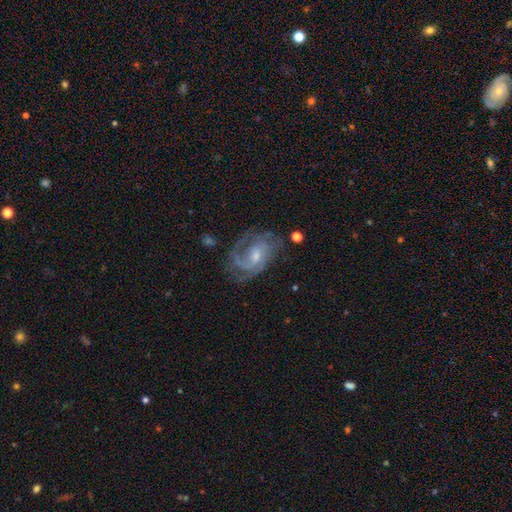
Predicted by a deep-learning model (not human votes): smooth-or-featured: featured or disk: 82% | smooth: 11% | star or artifact: 7%
  disk-edge-on: no: 97% | yes: 3%
    bar: no: 54% | weak: 39% | strong: 7%
    has-spiral-arms: yes: 92% | no: 8%
      spiral-winding: medium: 43% | tight: 42% | loose: 15%
      spiral-arm-count: 2: 35% | can't tell: 27% | 3: 19% | 1: 9% | 4: 5% | more than 4: 4%
    bulge-size: moderate: 46% | small: 45% | none: 4% | large: 3% | dominant: 1%
  merging: none: 60% | minor disturbance: 21% | major disturbance: 17% | merger: 2%